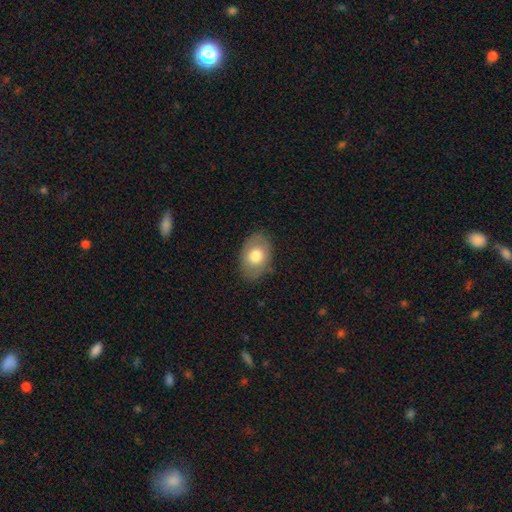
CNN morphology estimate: This appears to be a smooth galaxy with no disk features (72%) that is in between round and cigar-shaped (83%). Merging: none (82%).